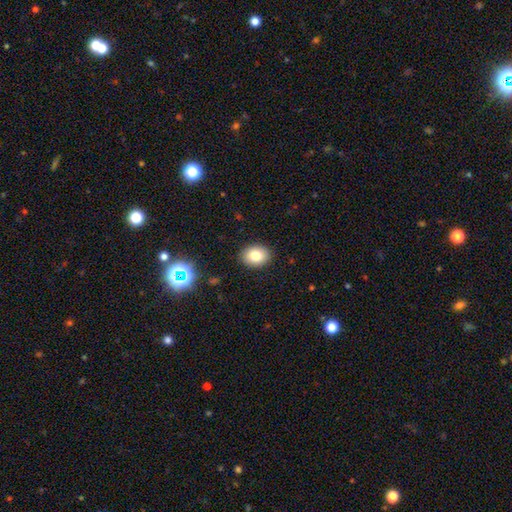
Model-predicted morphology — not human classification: Overall: smooth (81%). How rounded: in between (59%; round 41%). Merging: none (89%).